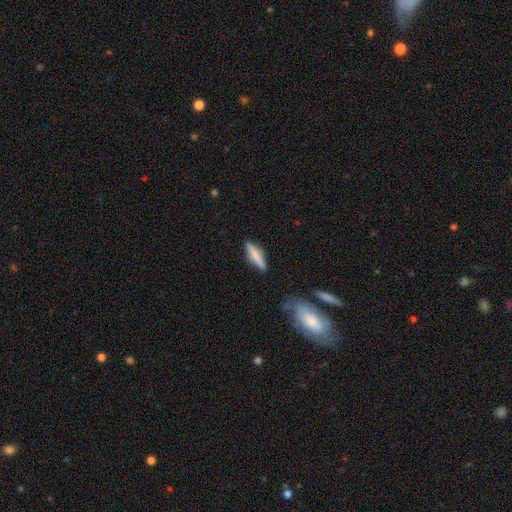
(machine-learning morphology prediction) Smooth or featured? Predicted: smooth (p=0.68). How rounded? Predicted: cigar-shaped (p=0.78). Merging? Predicted: none (p=0.84).